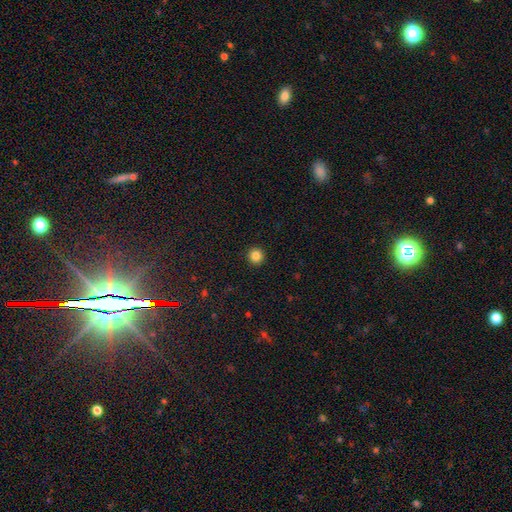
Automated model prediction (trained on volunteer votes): Smooth or featured? Predicted: smooth (p=0.85). How rounded? Predicted: round (p=0.95). Merging? Predicted: none (p=0.93).